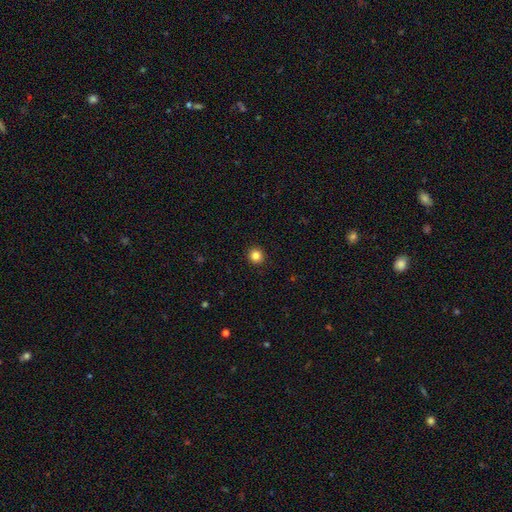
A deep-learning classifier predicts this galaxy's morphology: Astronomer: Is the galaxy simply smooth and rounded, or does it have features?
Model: smooth — 84%.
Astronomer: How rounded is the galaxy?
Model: round — 93%.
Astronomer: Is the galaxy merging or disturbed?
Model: none — 93%.